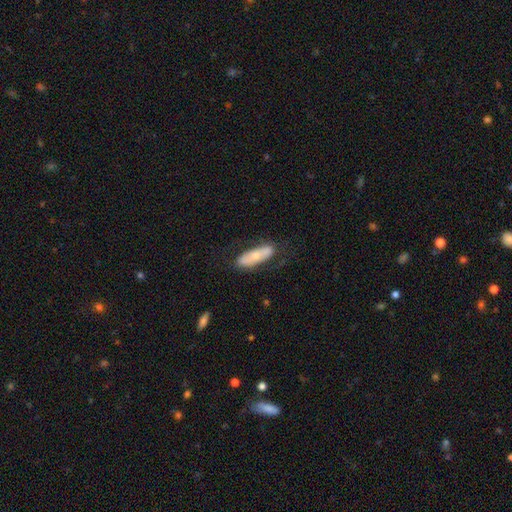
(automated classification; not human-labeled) This appears to be a smooth galaxy with no disk features (57%) that is in between round and cigar-shaped (53%). Merging: none (70%).